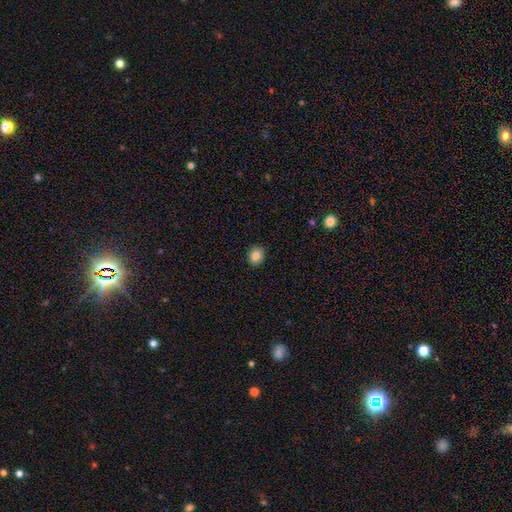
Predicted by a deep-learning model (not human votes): Morphology: type=smooth (85%); roundness=round (65%); merging=none (90%).